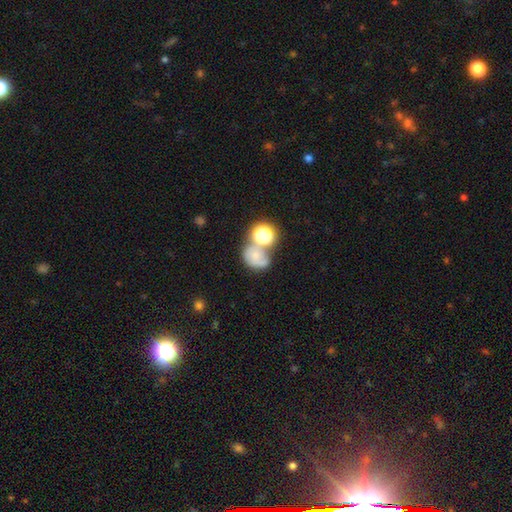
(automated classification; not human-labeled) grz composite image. It shows a smooth galaxy with no disk features (54%) that is round (61%). Merging: merger (41%).